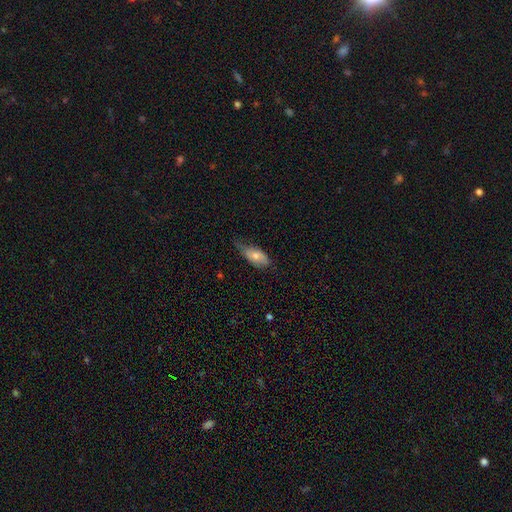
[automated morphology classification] Smooth or featured: smooth — 68% (featured or disk — 26%)
How rounded: in between — 88% (cigar-shaped — 9%)
Merging: minor disturbance — 44% (none — 41%)